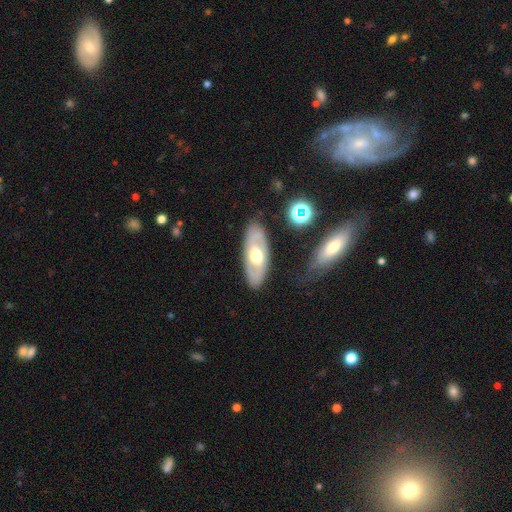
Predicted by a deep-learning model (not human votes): Morphology: type=featured or disk (62%); edge-on=no (83%); bar=no (61%); spiral arms=no (52%); bulge=moderate (69%); merging=none (82%).